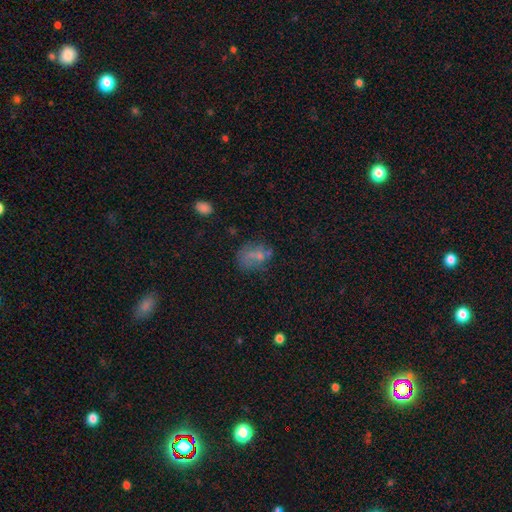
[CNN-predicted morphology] Smooth or featured: smooth — 55% (featured or disk — 26%)
How rounded: in between — 58% (round — 40%)
Merging: none — 47% (minor disturbance — 22%)